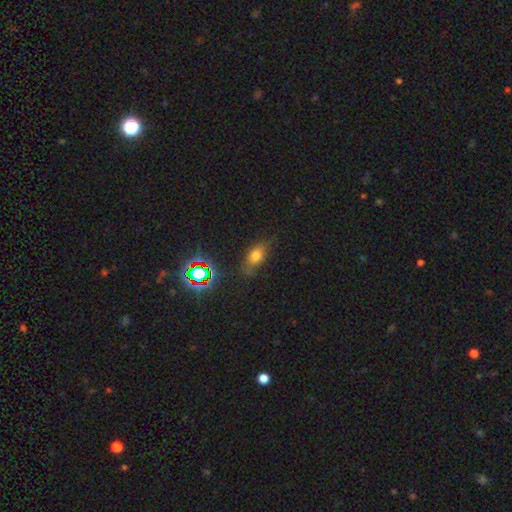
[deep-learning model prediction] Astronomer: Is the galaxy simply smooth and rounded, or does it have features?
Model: smooth — 66%.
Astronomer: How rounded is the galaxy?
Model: in between — 79%.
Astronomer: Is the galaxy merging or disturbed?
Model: none — 72%.